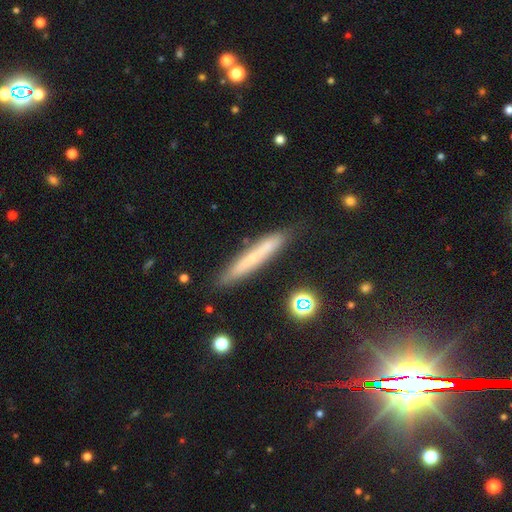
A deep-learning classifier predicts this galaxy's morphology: Smooth or featured?
  - smooth: 52% *
  - featured or disk: 38%
  - star or artifact: 10%
How rounded?
  - cigar-shaped: 94% *
  - in between: 4%
  - round: 2%
Merging?
  - none: 83% *
  - minor disturbance: 12%
  - merger: 3%
  - major disturbance: 2%